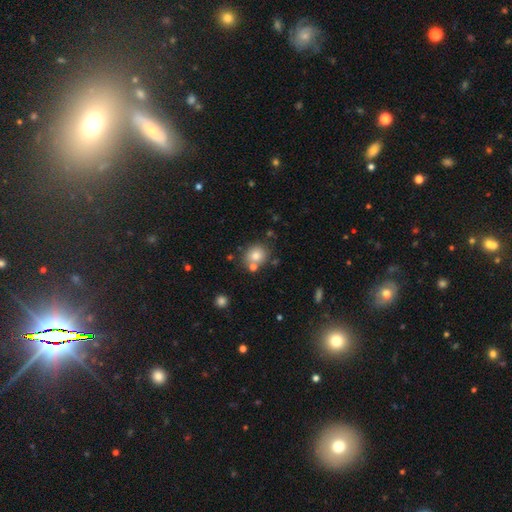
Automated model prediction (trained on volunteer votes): Morphology: type=smooth (77%); roundness=round (78%); merging=none (70%).